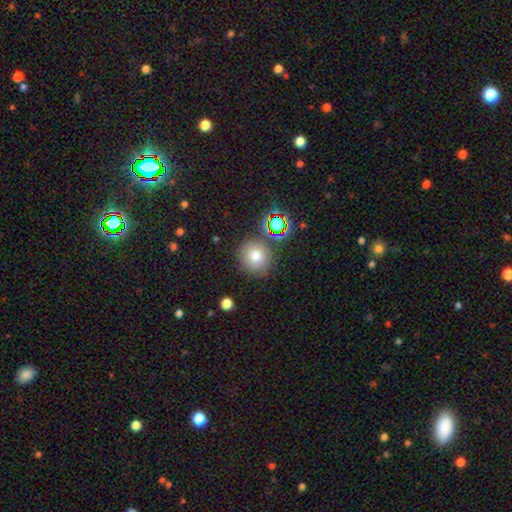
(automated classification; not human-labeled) A smooth galaxy with no disk features (72%) that is round (91%).

Vote fractions:
- Smooth or featured? smooth: 72% / star or artifact: 17% / featured or disk: 11%
- How rounded? round: 91% / in between: 8% / cigar-shaped: 1%
- Merging? none: 80% / minor disturbance: 10% / merger: 7% / major disturbance: 3%